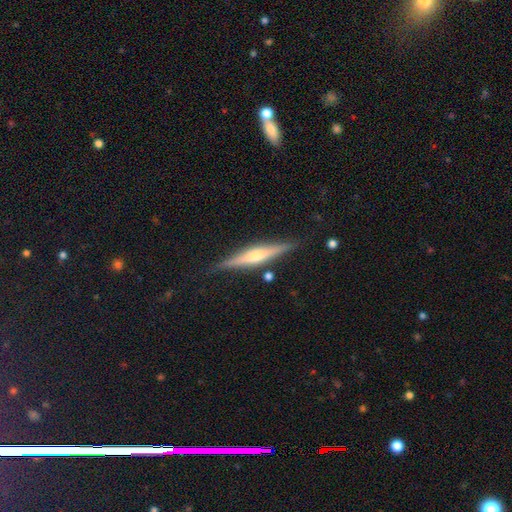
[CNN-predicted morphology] type=featured or disk (73%); edge-on=yes (97%); edge-on bulge=rounded (77%); merging=none (86%).